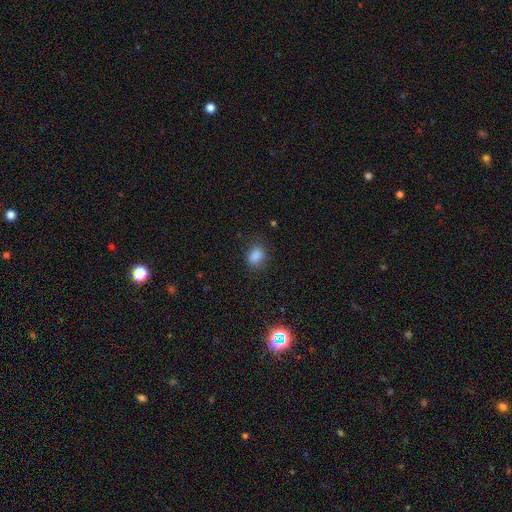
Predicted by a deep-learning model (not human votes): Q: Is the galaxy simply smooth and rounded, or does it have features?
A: smooth — 85%.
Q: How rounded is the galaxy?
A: in between — 71%.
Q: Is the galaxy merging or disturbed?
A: none — 77%.